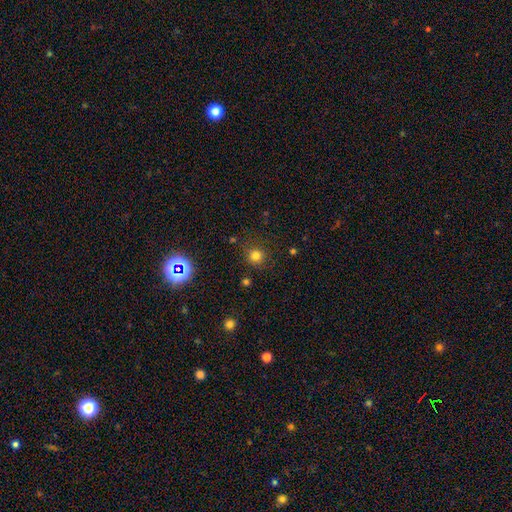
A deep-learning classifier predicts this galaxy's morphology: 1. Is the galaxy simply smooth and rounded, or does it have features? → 77% smooth, 17% star or artifact, 6% featured or disk.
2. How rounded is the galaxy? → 91% round, 8% in between, 1% cigar-shaped.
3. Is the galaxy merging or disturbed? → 84% none, 10% minor disturbance, 4% major disturbance, 2% merger.